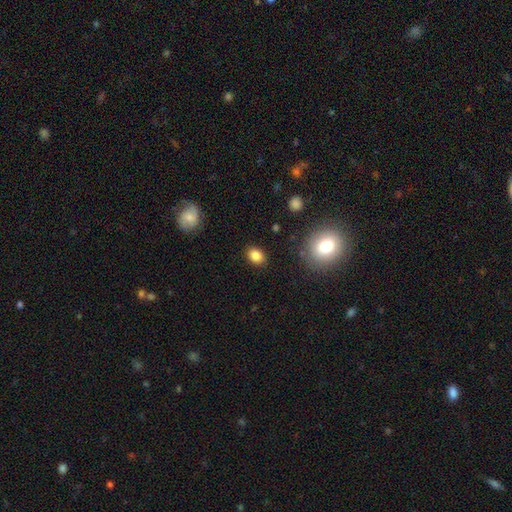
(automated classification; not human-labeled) Q: Smooth or featured?
A: smooth (85%); runner-up: star or artifact (10%)
Q: How rounded?
A: in between (63%); runner-up: round (35%)
Q: Merging?
A: none (86%); runner-up: minor disturbance (9%)